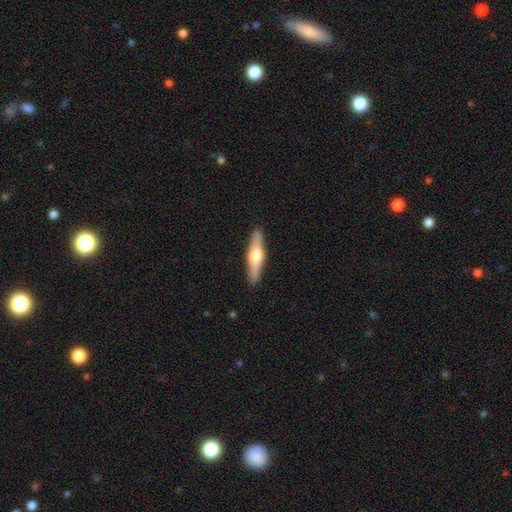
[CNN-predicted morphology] Smooth or featured? Predicted: featured or disk (p=0.52). Edge-on disk? Predicted: yes (p=0.94). Merging? Predicted: none (p=0.90).